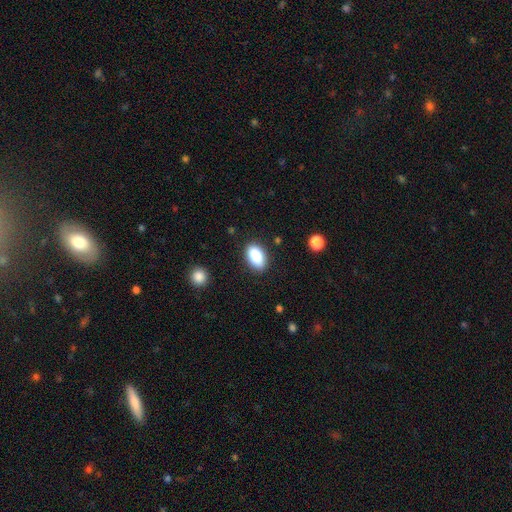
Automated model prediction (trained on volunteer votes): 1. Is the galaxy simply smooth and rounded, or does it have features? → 87% smooth, 8% star or artifact, 5% featured or disk.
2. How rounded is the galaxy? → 92% in between, 6% round, 2% cigar-shaped.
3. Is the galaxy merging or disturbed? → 86% none, 10% minor disturbance, 2% major disturbance, 1% merger.